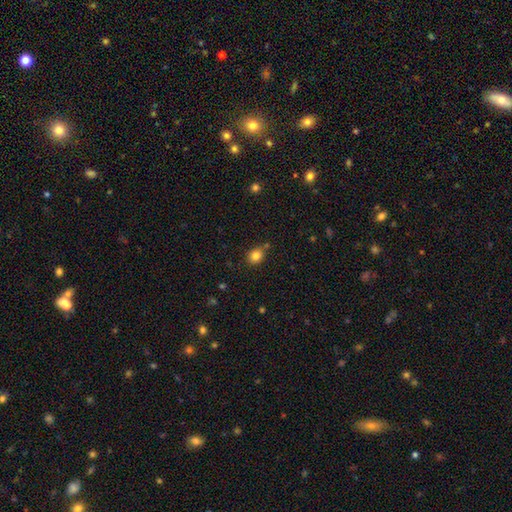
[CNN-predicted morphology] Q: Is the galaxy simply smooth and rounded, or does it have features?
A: smooth — 83%.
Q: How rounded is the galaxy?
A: round — 62%.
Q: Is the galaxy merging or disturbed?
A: none — 76%.